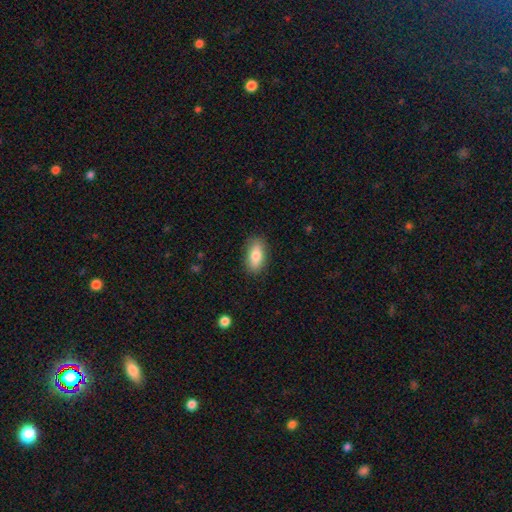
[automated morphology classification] Overall: smooth (80%). How rounded: in between (86%). Merging: none (86%).